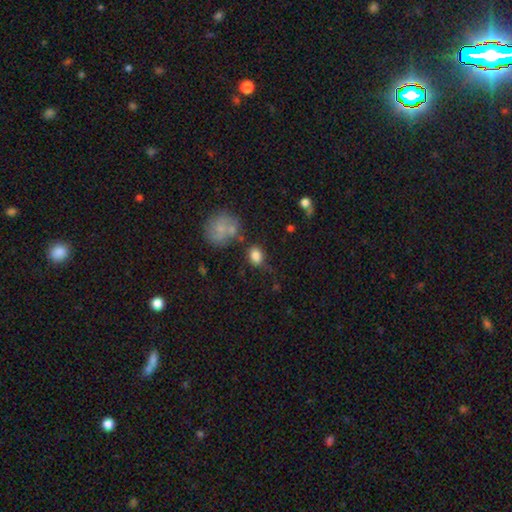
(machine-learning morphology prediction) Q: Smooth or featured?
A: smooth (84%); runner-up: star or artifact (10%)
Q: How rounded?
A: in between (63%); runner-up: round (36%)
Q: Merging?
A: none (63%); runner-up: minor disturbance (20%)